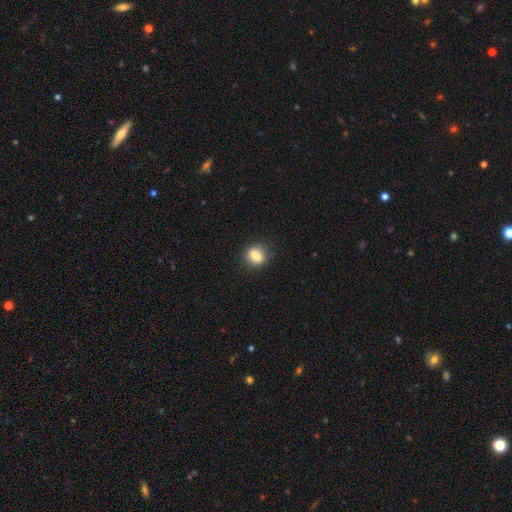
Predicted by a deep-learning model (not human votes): A smooth galaxy with no disk features (82%) that is in between round and cigar-shaped (51%).

Vote fractions:
- Smooth or featured? smooth: 82% / star or artifact: 9% / featured or disk: 8%
- How rounded? in between: 51% / round: 46% / cigar-shaped: 3%
- Merging? none: 85% / minor disturbance: 11% / major disturbance: 3% / merger: 1%